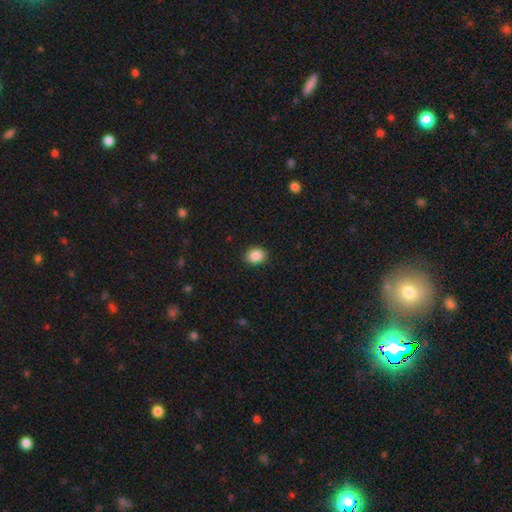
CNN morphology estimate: A smooth galaxy with no disk features (87%) that is in between round and cigar-shaped (50%).

Vote fractions:
- Smooth or featured? smooth: 87% / star or artifact: 9% / featured or disk: 4%
- How rounded? in between: 50% / round: 49% / cigar-shaped: 1%
- Merging? none: 89% / minor disturbance: 8% / major disturbance: 2% / merger: 1%